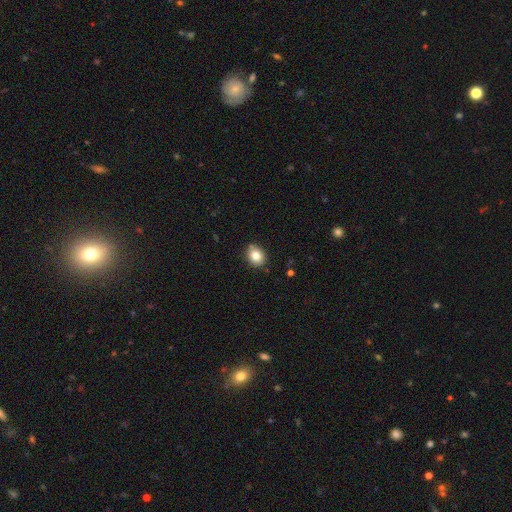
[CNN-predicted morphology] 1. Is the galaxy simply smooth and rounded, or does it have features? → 82% smooth, 10% star or artifact, 9% featured or disk.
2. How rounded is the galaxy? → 52% round, 47% in between, 1% cigar-shaped.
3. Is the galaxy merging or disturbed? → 87% none, 10% minor disturbance, 2% major disturbance, 2% merger.